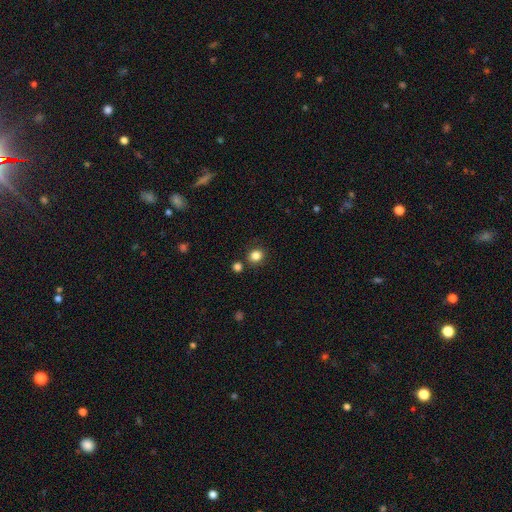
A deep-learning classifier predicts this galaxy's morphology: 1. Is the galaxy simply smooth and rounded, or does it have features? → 84% smooth, 12% star or artifact, 5% featured or disk.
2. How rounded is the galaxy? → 80% round, 19% in between, 1% cigar-shaped.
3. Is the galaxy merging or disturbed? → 82% none, 9% minor disturbance, 7% merger, 3% major disturbance.